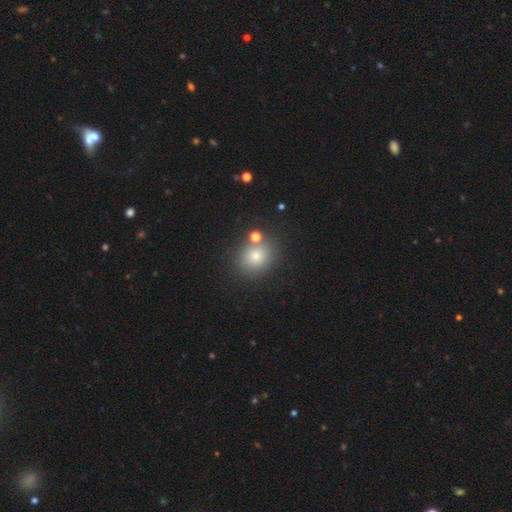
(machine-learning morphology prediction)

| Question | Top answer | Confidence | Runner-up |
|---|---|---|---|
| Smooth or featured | smooth | 75% | star or artifact (16%) |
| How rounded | round | 76% | in between (23%) |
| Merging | none | 78% | merger (11%) |